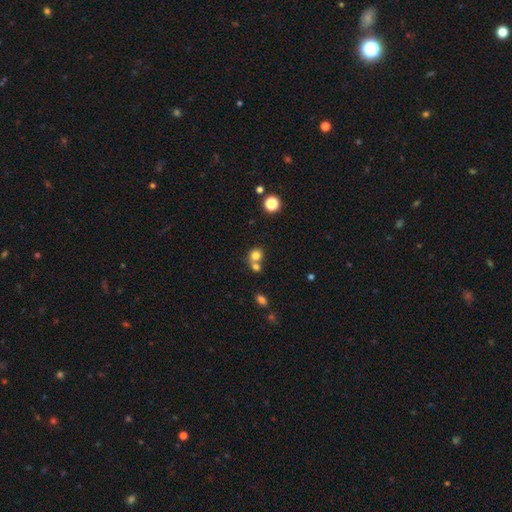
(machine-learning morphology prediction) Smooth or featured? Predicted: smooth (p=0.78). How rounded? Predicted: round (p=0.79). Merging? Predicted: merger (p=0.45).